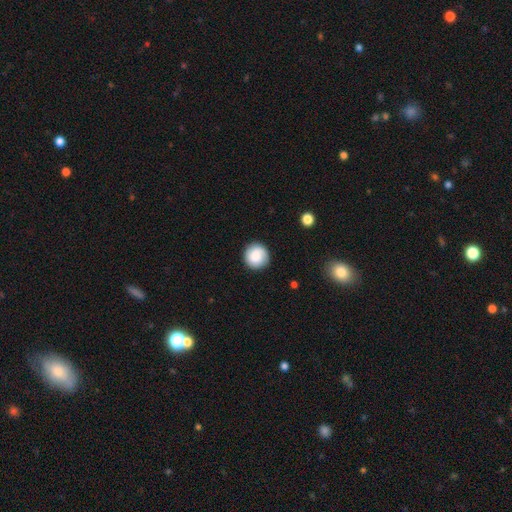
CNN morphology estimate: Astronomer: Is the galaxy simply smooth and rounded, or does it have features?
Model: smooth — 80%.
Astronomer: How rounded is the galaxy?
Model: round — 94%.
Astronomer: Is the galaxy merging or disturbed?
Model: none — 86%.